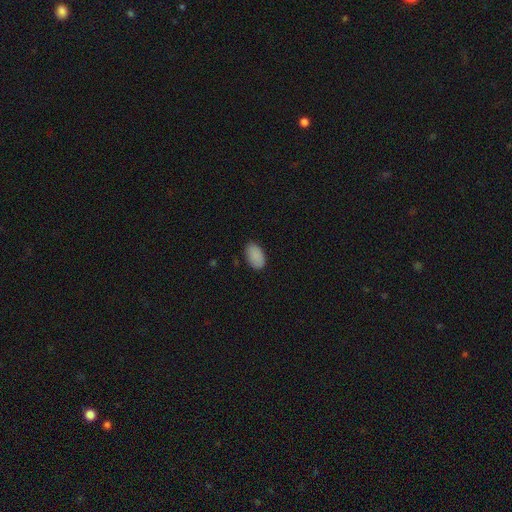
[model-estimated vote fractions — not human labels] A smooth galaxy with no disk features (89%) that is in between round and cigar-shaped (94%).

Vote fractions:
- Smooth or featured? smooth: 89% / star or artifact: 7% / featured or disk: 4%
- How rounded? in between: 94% / round: 5% / cigar-shaped: 1%
- Merging? none: 85% / minor disturbance: 12% / major disturbance: 2% / merger: 1%